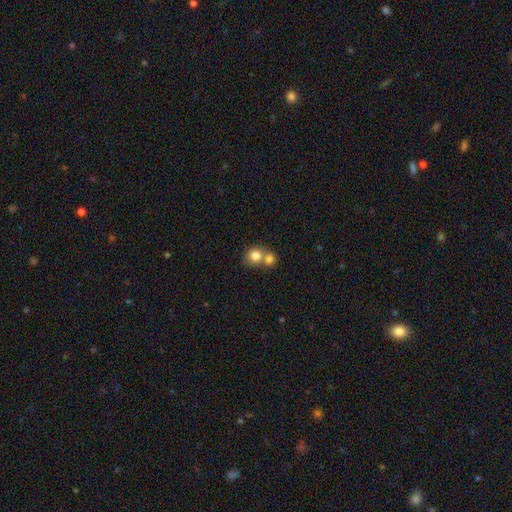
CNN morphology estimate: Overall: smooth (80%). How rounded: round (77%). Merging: merger (57%; none 34%).